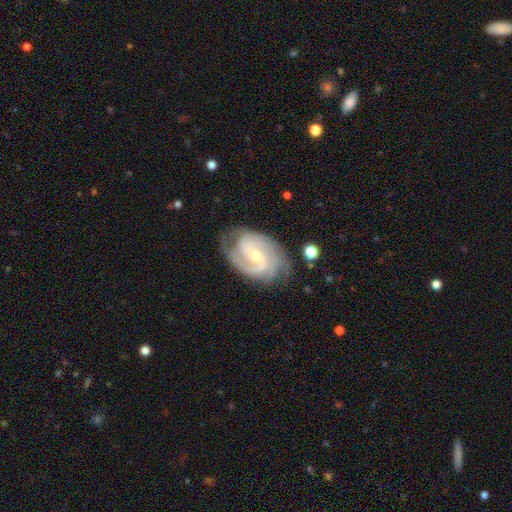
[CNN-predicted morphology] Smooth or featured?
  - featured or disk: 90% *
  - smooth: 6%
  - star or artifact: 5%
Edge-on disk?
  - no: 97% *
  - yes: 3%
Bar?
  - weak: 43% * (tied)
  - no: 43% * (tied)
  - strong: 14%
Spiral arms?
  - yes: 98% *
  - no: 2%
Spiral winding?
  - tight: 53% *
  - medium: 39%
  - loose: 8%
Spiral arm count?
  - 2: 47% *
  - 3: 26%
  - can't tell: 14%
  - 4: 6%
  - 1: 4%
  - more than 4: 4%
Bulge size?
  - small: 59% *
  - moderate: 38%
  - large: 1%
  - none: 1%
  - dominant: 1%
Merging?
  - none: 72% *
  - minor disturbance: 20%
  - major disturbance: 7%
  - merger: 2%